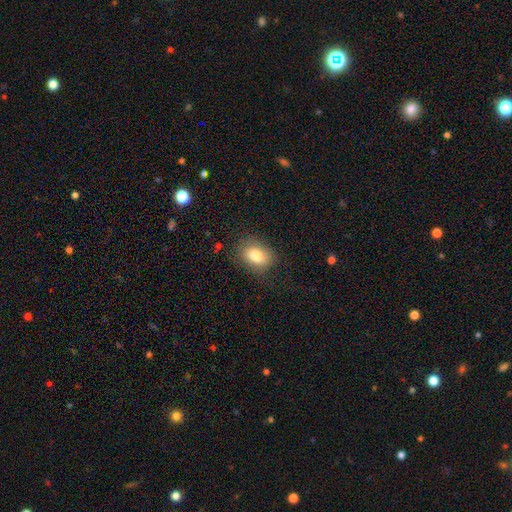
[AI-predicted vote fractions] A smooth galaxy with no disk features (81%) that is in between round and cigar-shaped (71%).

Vote fractions:
- Smooth or featured? smooth: 81% / featured or disk: 11% / star or artifact: 9%
- How rounded? in between: 71% / round: 28% / cigar-shaped: 1%
- Merging? none: 77% / minor disturbance: 16% / major disturbance: 5% / merger: 1%